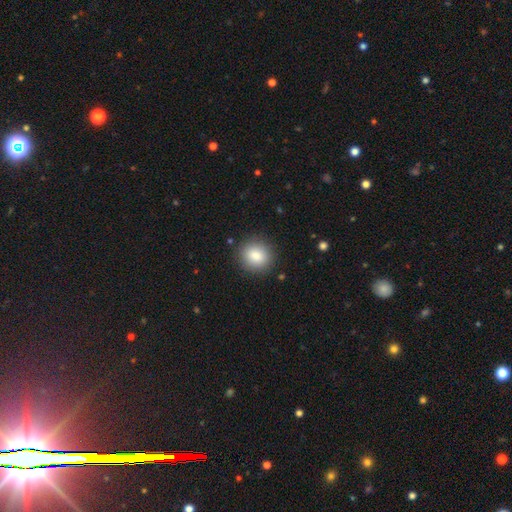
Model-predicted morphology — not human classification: Smooth or featured? smooth (85%)
How rounded? round (83%)
Merging? none (89%)